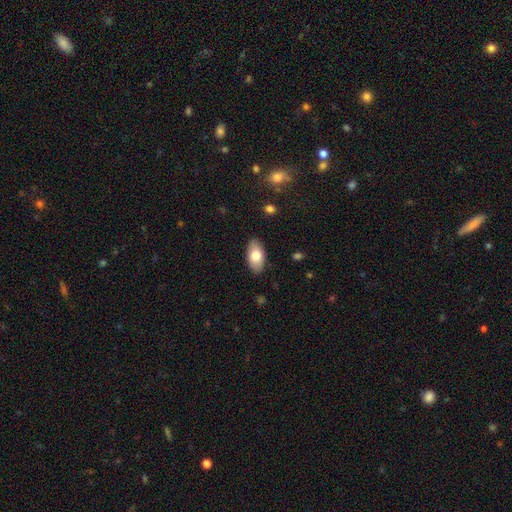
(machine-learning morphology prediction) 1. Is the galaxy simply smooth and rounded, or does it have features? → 76% smooth, 17% featured or disk, 6% star or artifact.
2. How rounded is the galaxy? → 94% in between, 3% round, 3% cigar-shaped.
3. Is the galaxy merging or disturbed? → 87% none, 10% minor disturbance, 2% major disturbance, 1% merger.